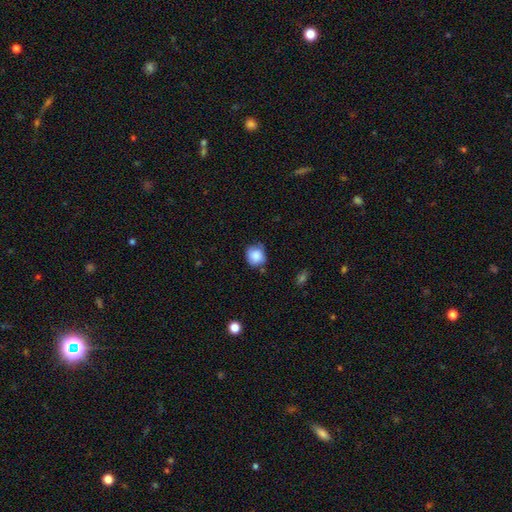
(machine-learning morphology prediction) smooth_or_featured: smooth (p=0.82) [alt: featured or disk p=0.09]
how_rounded: round (p=0.82) [alt: in between p=0.17]
merging: none (p=0.65) [alt: minor disturbance p=0.26]